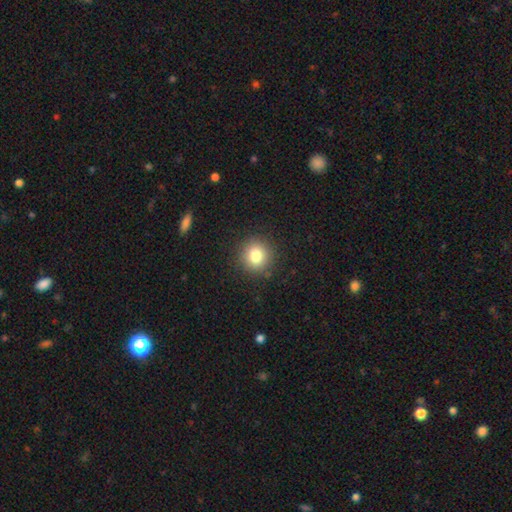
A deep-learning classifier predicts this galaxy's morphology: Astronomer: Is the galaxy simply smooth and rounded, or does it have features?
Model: smooth — 81%.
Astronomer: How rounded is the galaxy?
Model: round — 91%.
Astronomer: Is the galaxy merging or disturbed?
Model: none — 90%.